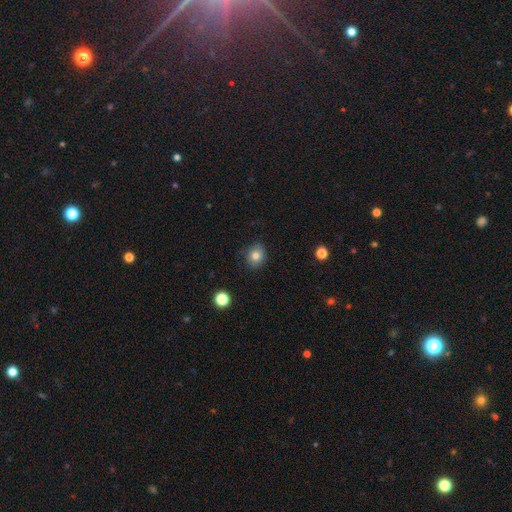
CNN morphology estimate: Smooth or featured? smooth (79%)
How rounded? round (63%)
Merging? none (84%)